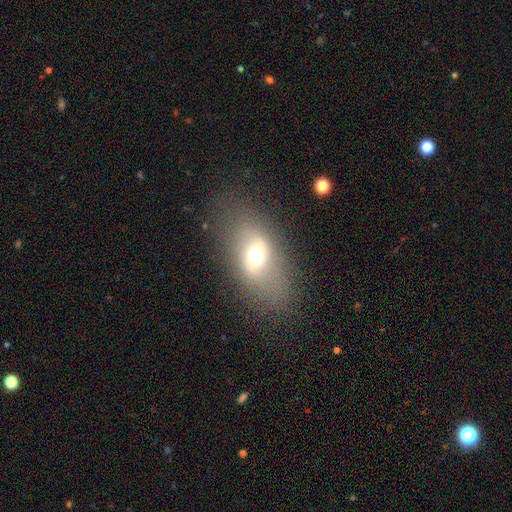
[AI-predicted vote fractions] Overall: smooth (53%; featured or disk 36%). How rounded: in between (83%). Merging: none (78%).